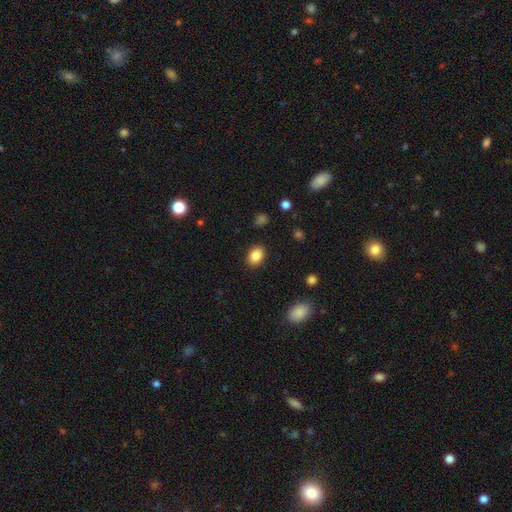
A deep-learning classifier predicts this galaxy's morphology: The model was most divided on "how rounded": in between: 71%, round: 28%, cigar-shaped: 1%. More confident: merging — none (88%); smooth or featured — smooth (86%).